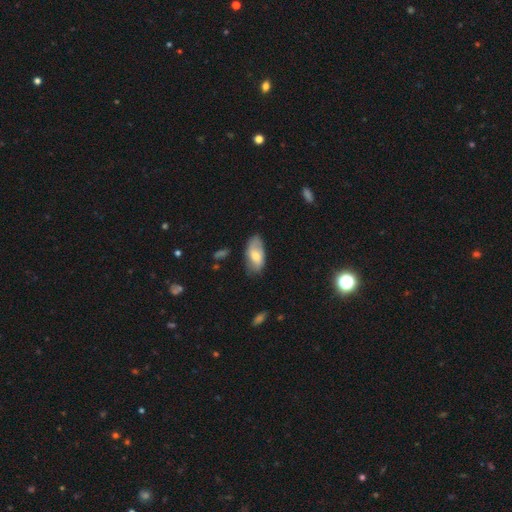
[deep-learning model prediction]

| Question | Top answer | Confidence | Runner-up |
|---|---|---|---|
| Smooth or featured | smooth | 64% | featured or disk (30%) |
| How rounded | in between | 92% | cigar-shaped (4%) |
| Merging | none | 65% | minor disturbance (28%) |